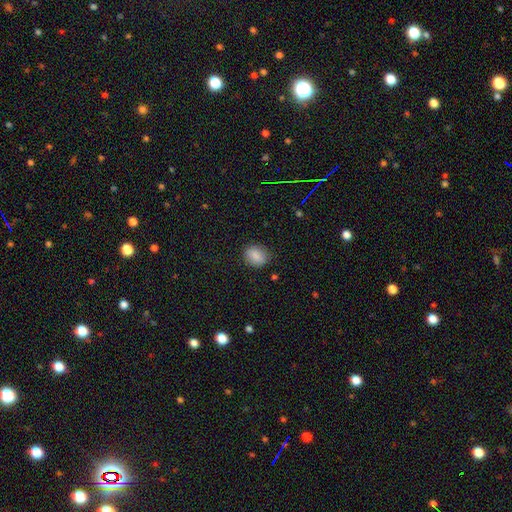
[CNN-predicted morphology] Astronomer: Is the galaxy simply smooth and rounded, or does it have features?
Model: smooth — 85%.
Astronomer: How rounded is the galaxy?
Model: round — 54% (runner-up: in between, 45%).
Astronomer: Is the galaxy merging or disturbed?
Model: none — 84%.